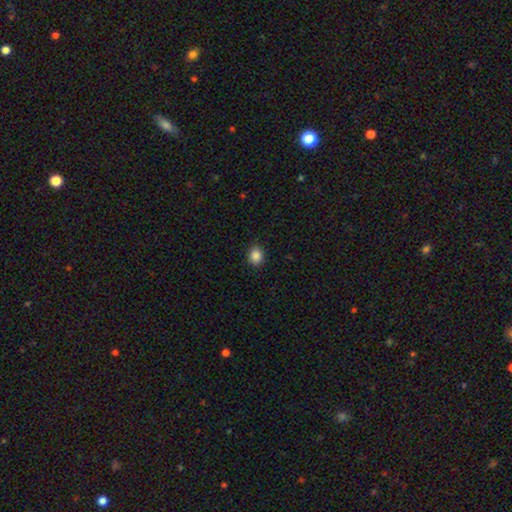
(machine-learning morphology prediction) This is clearly a smooth galaxy (86%). How rounded: likely round (61%). Merging: clearly none (90%).